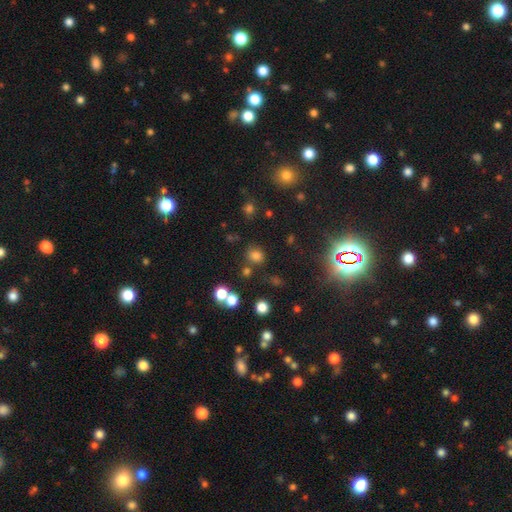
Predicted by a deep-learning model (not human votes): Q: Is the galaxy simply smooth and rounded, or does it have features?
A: smooth — 74%.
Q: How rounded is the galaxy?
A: round — 76%.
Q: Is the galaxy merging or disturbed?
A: none — 76%.